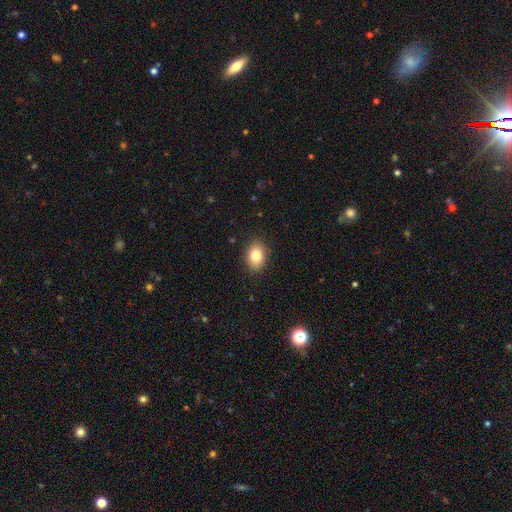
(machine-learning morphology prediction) Smooth or featured?
  - smooth: 81% *
  - featured or disk: 10%
  - star or artifact: 9%
How rounded?
  - in between: 74% *
  - round: 25%
  - cigar-shaped: 1%
Merging?
  - none: 88% *
  - minor disturbance: 9%
  - major disturbance: 2%
  - merger: 1%